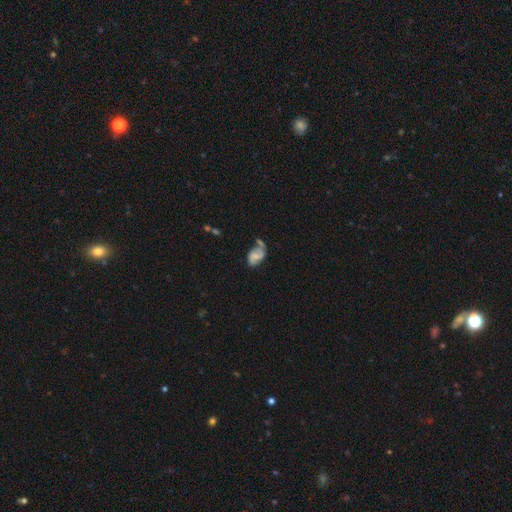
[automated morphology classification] Smooth or featured?
  - featured or disk: 52% *
  - smooth: 39%
  - star or artifact: 10%
Edge-on disk?
  - no: 97% *
  - yes: 3%
Merging?
  - none: 36% *
  - minor disturbance: 27%
  - major disturbance: 20%
  - merger: 16%